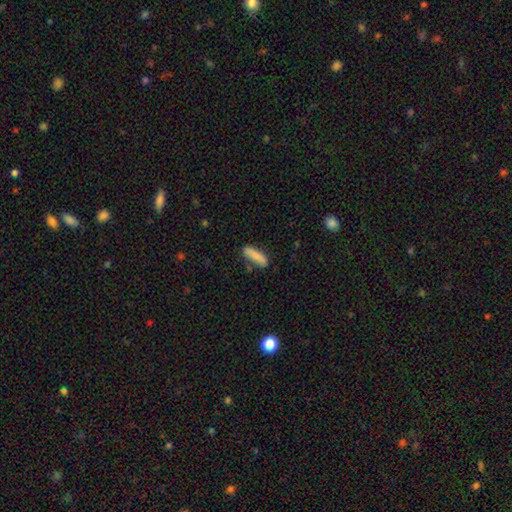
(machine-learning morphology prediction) smooth_or_featured: smooth (p=0.84) [alt: featured or disk p=0.09]
how_rounded: cigar-shaped (p=0.66) [alt: in between p=0.32]
merging: none (p=0.79) [alt: minor disturbance p=0.14]